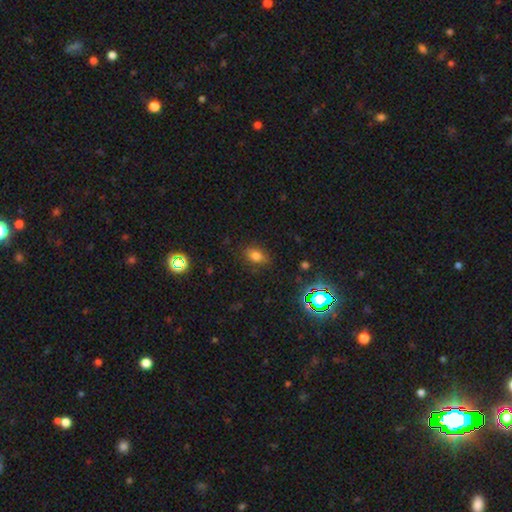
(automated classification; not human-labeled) Smooth or featured? smooth (73%)
How rounded? in between (75%)
Merging? none (81%)